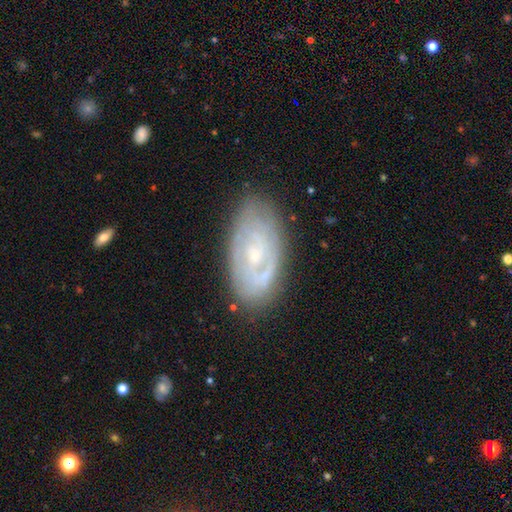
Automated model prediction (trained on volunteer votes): smooth-or-featured: featured or disk: 70% | smooth: 23% | star or artifact: 7%
  disk-edge-on: no: 93% | yes: 7%
    bar: no: 68% | weak: 26% | strong: 6%
    has-spiral-arms: yes: 67% | no: 33%
    bulge-size: small: 62% | moderate: 32% | none: 3% | large: 2% | dominant: 1%
  merging: none: 75% | minor disturbance: 18% | major disturbance: 5% | merger: 2%